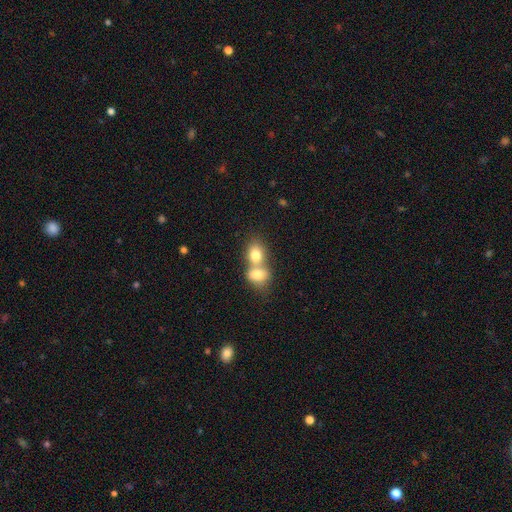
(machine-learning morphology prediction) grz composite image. It shows a smooth galaxy with no disk features (78%) that is in between round and cigar-shaped (51%). Merging: merger (68%).